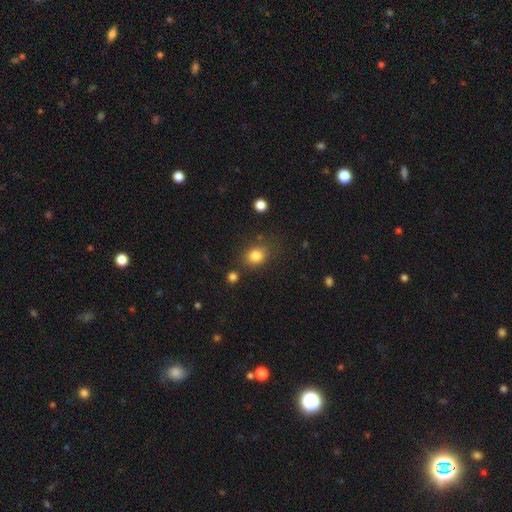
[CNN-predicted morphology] The model was most divided on "how rounded": round: 58%, in between: 41%, cigar-shaped: 1%. More confident: smooth or featured — smooth (83%); merging — none (74%).